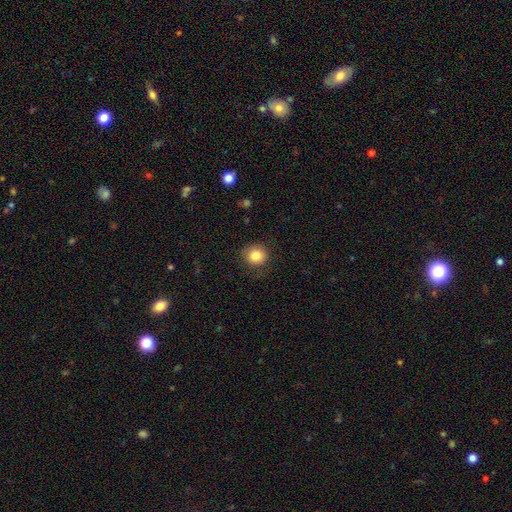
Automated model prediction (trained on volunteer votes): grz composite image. It shows a smooth galaxy with no disk features (83%) that is round (88%). Merging: none (84%).